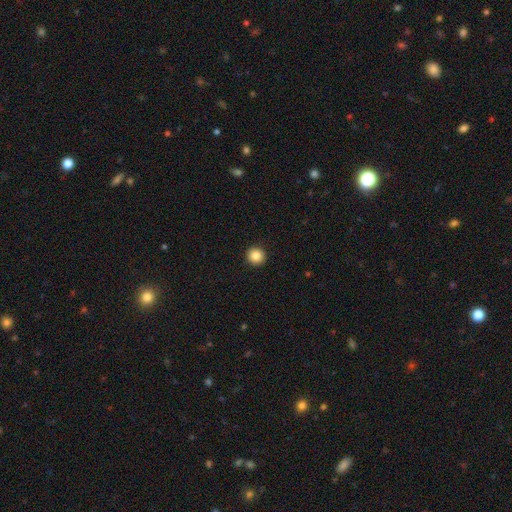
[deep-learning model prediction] Smooth or featured? smooth (85%)
How rounded? round (93%)
Merging? none (93%)